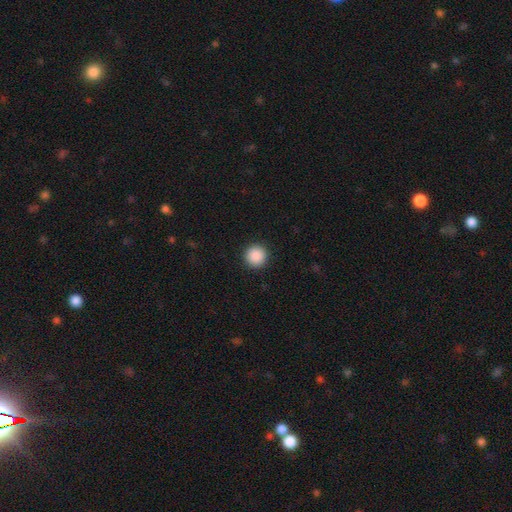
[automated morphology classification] This is clearly a smooth galaxy (89%). How rounded: clearly round (96%). Merging: clearly none (93%).